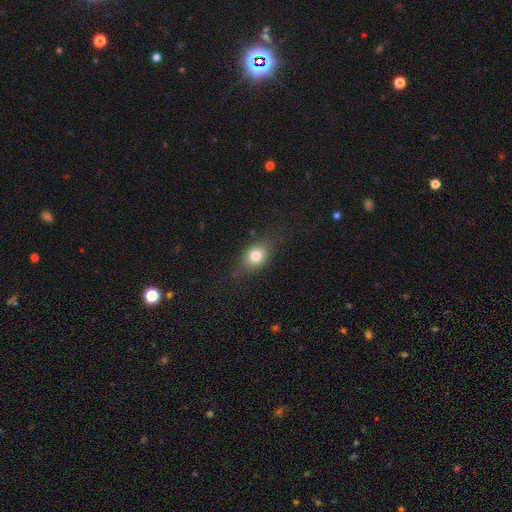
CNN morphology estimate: smooth-or-featured: smooth: 75% | featured or disk: 14% | star or artifact: 10%
  how-rounded: in between: 61% | round: 35% | cigar-shaped: 4%
  merging: none: 72% | minor disturbance: 20% | major disturbance: 7% | merger: 1%